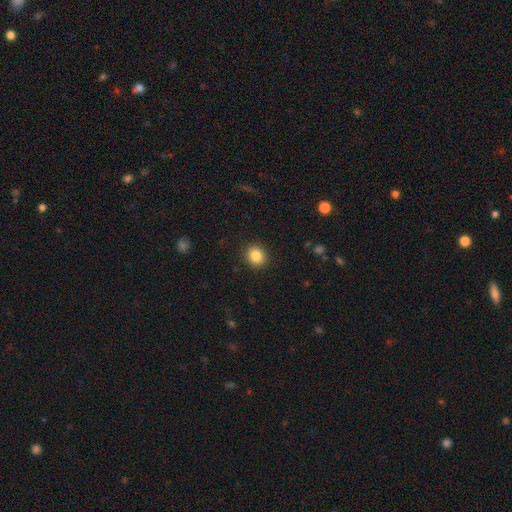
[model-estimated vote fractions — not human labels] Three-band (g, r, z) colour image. It shows a smooth galaxy with no disk features (85%) that is round (82%). Merging: none (90%).